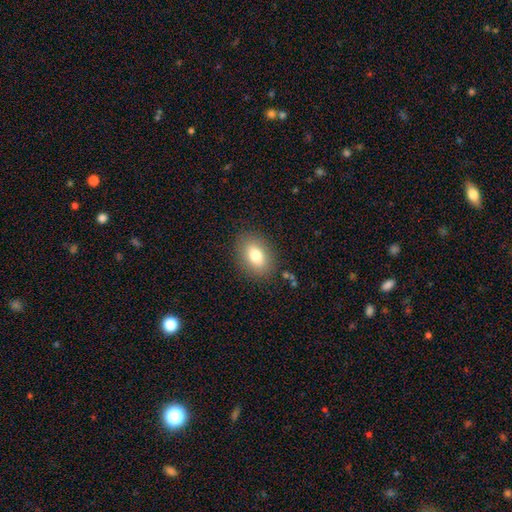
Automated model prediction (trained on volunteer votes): smooth_or_featured: smooth (p=0.78) [alt: featured or disk p=0.13]
how_rounded: in between (p=0.80) [alt: round p=0.18]
merging: none (p=0.86) [alt: minor disturbance p=0.10]